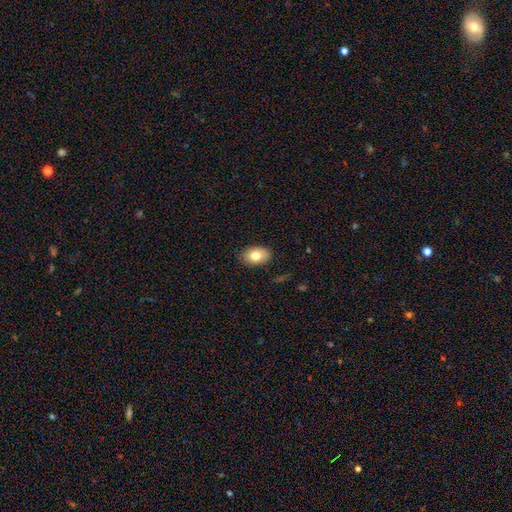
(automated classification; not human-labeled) Smooth or featured? Predicted: smooth (p=0.77). How rounded? Predicted: in between (p=0.85). Merging? Predicted: none (p=0.85).